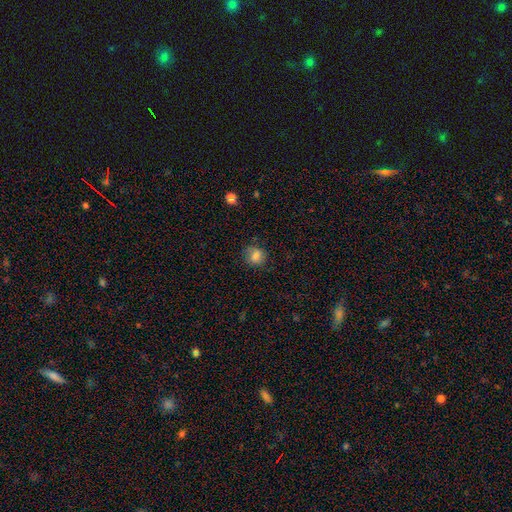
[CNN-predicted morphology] Smooth or featured? smooth (80%)
How rounded? round (67%)
Merging? none (78%)